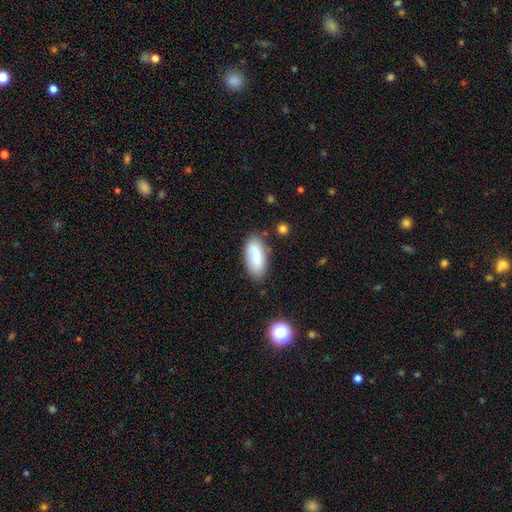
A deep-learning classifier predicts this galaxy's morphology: This is likely a smooth galaxy (80%). How rounded: clearly in between (89%). Merging: likely none (75%).